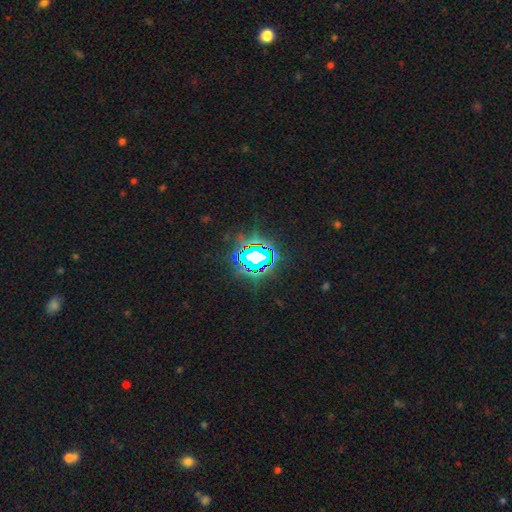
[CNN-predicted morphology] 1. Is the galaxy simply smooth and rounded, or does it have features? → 74% star or artifact, 14% smooth, 12% featured or disk.